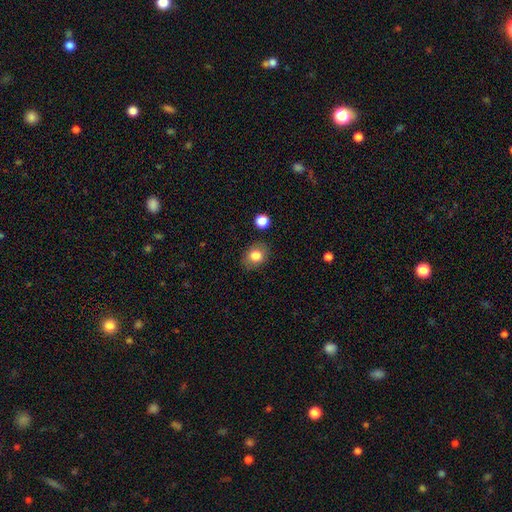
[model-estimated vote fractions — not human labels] Overall: smooth (81%). How rounded: in between (51%; round 48%). Merging: none (82%).